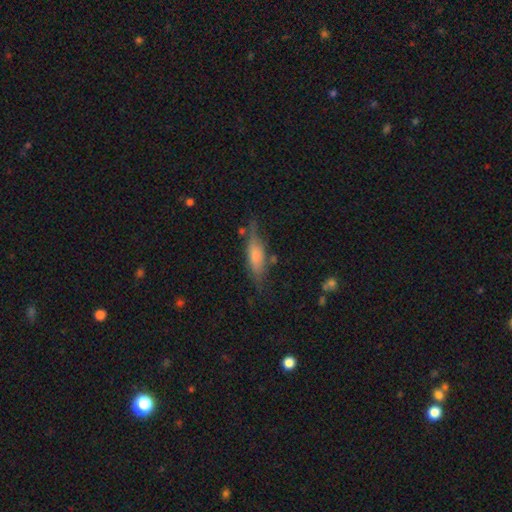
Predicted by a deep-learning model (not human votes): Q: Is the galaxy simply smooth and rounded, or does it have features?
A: smooth — 61%.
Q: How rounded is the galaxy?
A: cigar-shaped — 52%.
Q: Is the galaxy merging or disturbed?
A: none — 61%.